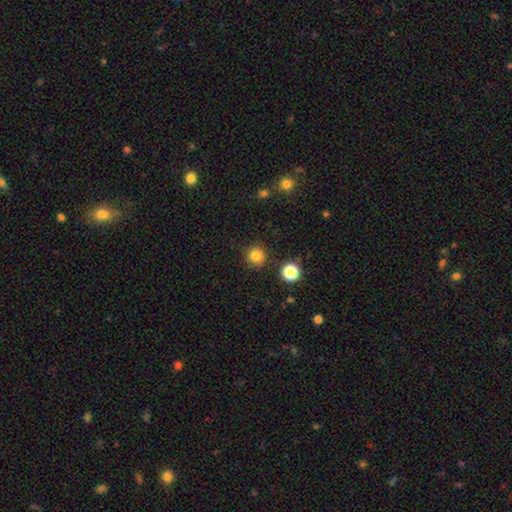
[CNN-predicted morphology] Smooth or featured?
  - smooth: 81% *
  - star or artifact: 14%
  - featured or disk: 5%
How rounded?
  - round: 94% *
  - in between: 5%
  - cigar-shaped: 1%
Merging?
  - none: 88% *
  - minor disturbance: 7%
  - major disturbance: 2%
  - merger: 2%